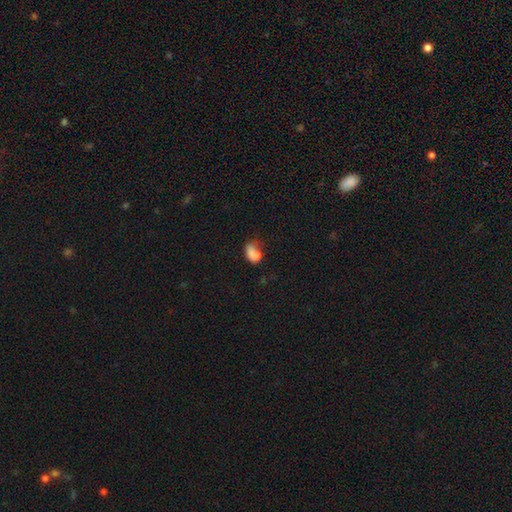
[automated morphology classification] Smooth or featured?
  - smooth: 74% *
  - featured or disk: 15%
  - star or artifact: 11%
How rounded?
  - in between: 82% *
  - round: 16%
  - cigar-shaped: 2%
Merging?
  - major disturbance: 28% * (tied)
  - none: 28% * (tied)
  - minor disturbance: 26%
  - merger: 18%